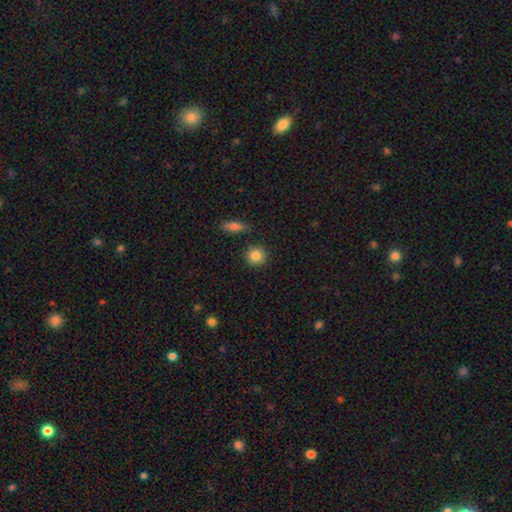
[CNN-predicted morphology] Q: Smooth or featured?
A: smooth (85%); runner-up: star or artifact (9%)
Q: How rounded?
A: round (90%); runner-up: in between (8%)
Q: Merging?
A: none (88%); runner-up: minor disturbance (7%)